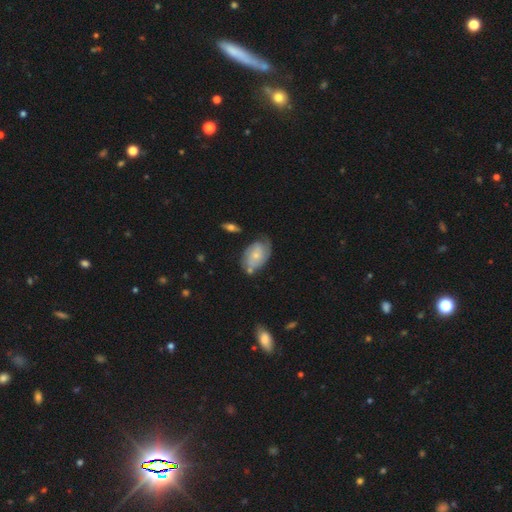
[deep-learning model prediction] Smooth or featured?
  - featured or disk: 58% *
  - smooth: 36%
  - star or artifact: 7%
Edge-on disk?
  - no: 95% *
  - yes: 5%
Bar?
  - no: 76% *
  - weak: 21%
  - strong: 3%
Spiral arms?
  - yes: 82% *
  - no: 18%
Bulge size?
  - small: 68% *
  - moderate: 25%
  - none: 4%
  - large: 2%
  - dominant: 1%
Merging?
  - none: 55% *
  - minor disturbance: 28%
  - major disturbance: 10%
  - merger: 7%